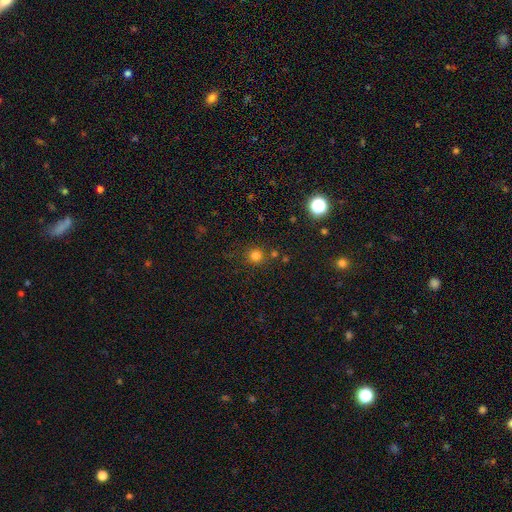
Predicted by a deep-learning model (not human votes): smooth_or_featured: smooth (p=0.77) [alt: star or artifact p=0.18]
how_rounded: round (p=0.92) [alt: in between p=0.07]
merging: none (p=0.80) [alt: minor disturbance p=0.09]